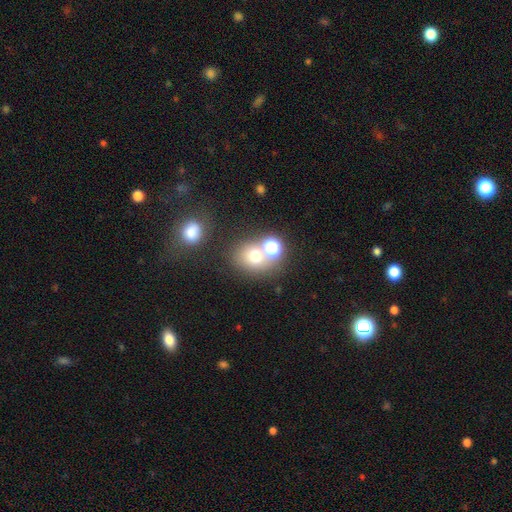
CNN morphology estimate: Q: Smooth or featured?
A: smooth (66%); runner-up: star or artifact (21%)
Q: How rounded?
A: round (70%); runner-up: in between (29%)
Q: Merging?
A: none (52%); runner-up: merger (32%)